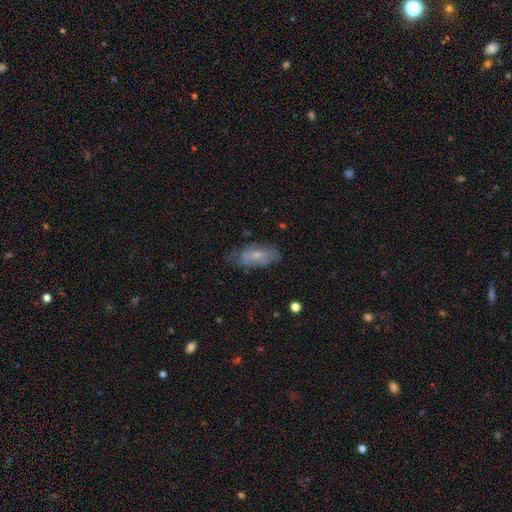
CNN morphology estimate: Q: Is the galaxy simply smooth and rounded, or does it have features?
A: smooth — 51%.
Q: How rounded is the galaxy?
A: in between — 82%.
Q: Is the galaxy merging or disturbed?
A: none — 57%.